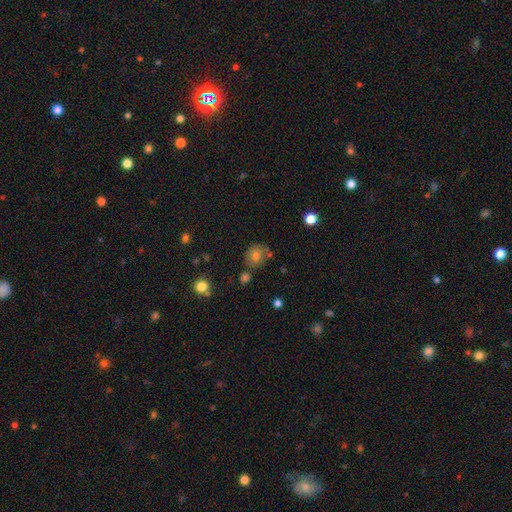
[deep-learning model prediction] A smooth galaxy with no disk features (71%) that is round (74%).

Vote fractions:
- Smooth or featured? smooth: 71% / featured or disk: 16% / star or artifact: 12%
- How rounded? round: 74% / in between: 25% / cigar-shaped: 1%
- Merging? none: 65% / minor disturbance: 19% / merger: 11% / major disturbance: 6%